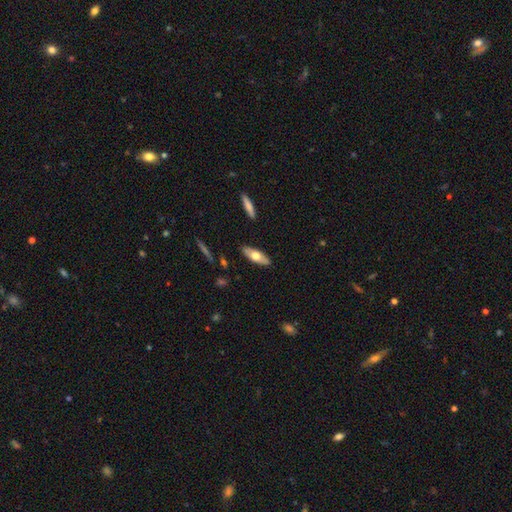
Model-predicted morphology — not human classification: smooth-or-featured: smooth: 57% | featured or disk: 37% | star or artifact: 6%
  how-rounded: in between: 66% | cigar-shaped: 31% | round: 2%
  merging: none: 87% | minor disturbance: 10% | major disturbance: 2% | merger: 2%